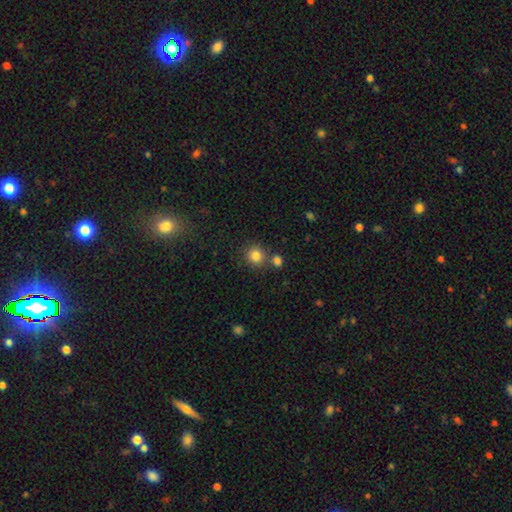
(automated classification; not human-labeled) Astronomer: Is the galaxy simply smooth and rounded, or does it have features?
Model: smooth — 83%.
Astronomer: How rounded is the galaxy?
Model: round — 89%.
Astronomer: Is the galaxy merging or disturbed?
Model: none — 73%.